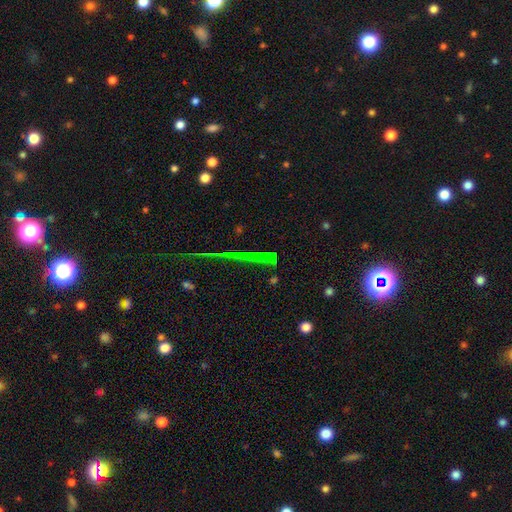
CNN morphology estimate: smooth-or-featured: star or artifact: 57% | featured or disk: 27% | smooth: 16%